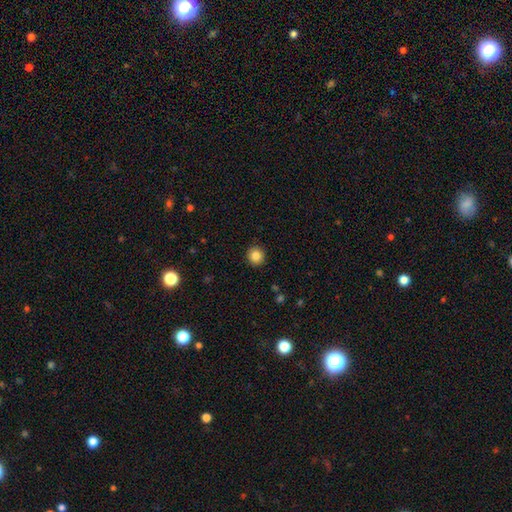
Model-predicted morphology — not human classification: This is clearly a smooth galaxy (85%). How rounded: clearly round (93%). Merging: clearly none (92%).